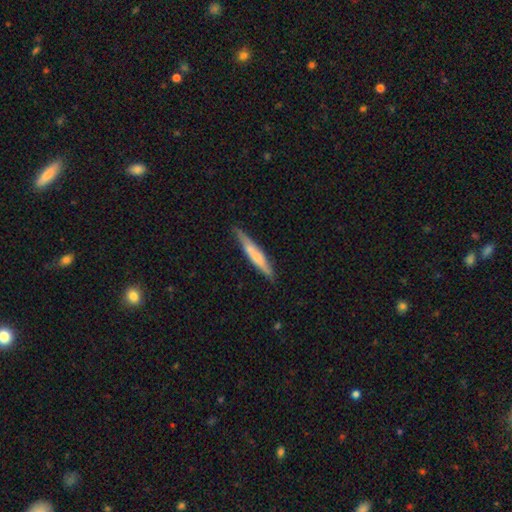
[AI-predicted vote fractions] This is possibly a smooth galaxy (52%). How rounded: clearly cigar-shaped (94%). Merging: clearly none (84%).